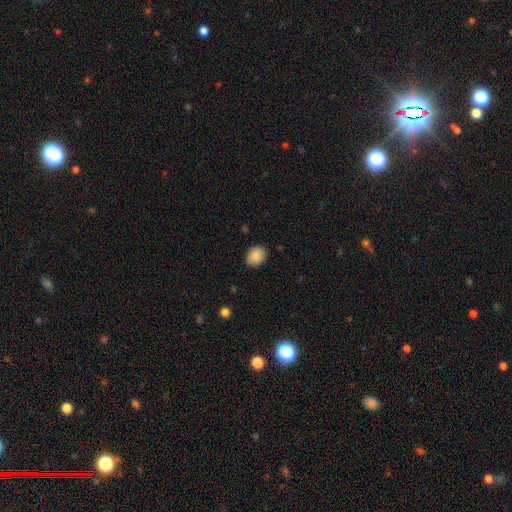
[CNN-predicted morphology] Q: Smooth or featured?
A: smooth (86%); runner-up: star or artifact (8%)
Q: How rounded?
A: in between (62%); runner-up: round (38%)
Q: Merging?
A: none (86%); runner-up: minor disturbance (10%)